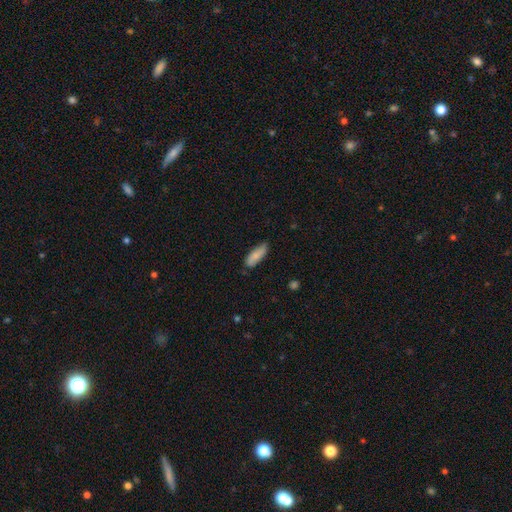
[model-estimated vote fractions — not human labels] smooth 81%, featured or disk 13%, star or artifact 6%. Down the decision tree: how rounded — in between (62%); merging — none (76%).